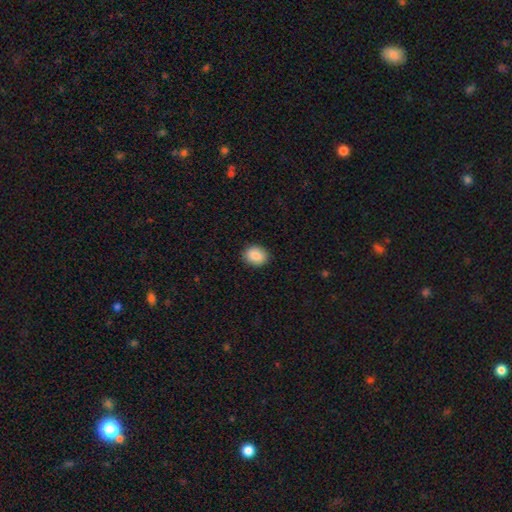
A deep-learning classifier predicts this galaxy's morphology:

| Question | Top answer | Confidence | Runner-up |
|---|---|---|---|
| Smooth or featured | smooth | 87% | star or artifact (8%) |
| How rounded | round | 55% | in between (44%) |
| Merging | none | 89% | minor disturbance (8%) |